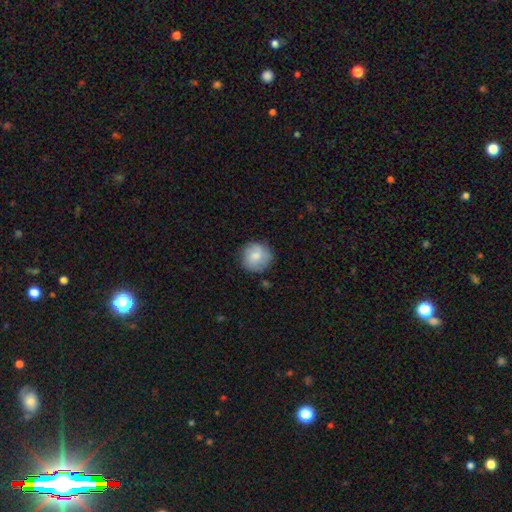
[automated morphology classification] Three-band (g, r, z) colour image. It shows a smooth galaxy with no disk features (76%) that is round (93%). Merging: none (80%).